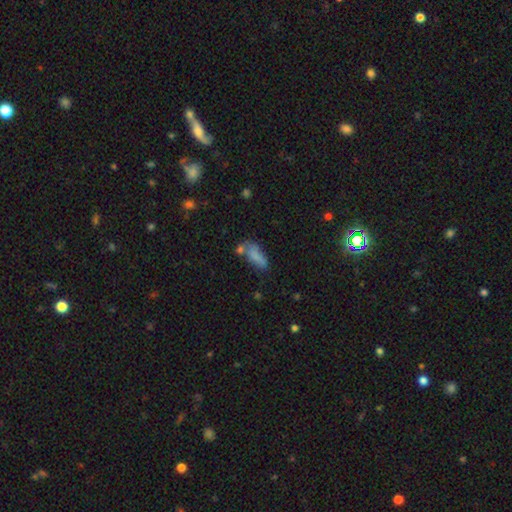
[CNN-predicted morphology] smooth 75%, featured or disk 14%, star or artifact 11%. Down the decision tree: how rounded — in between (68%); merging — none (41%).